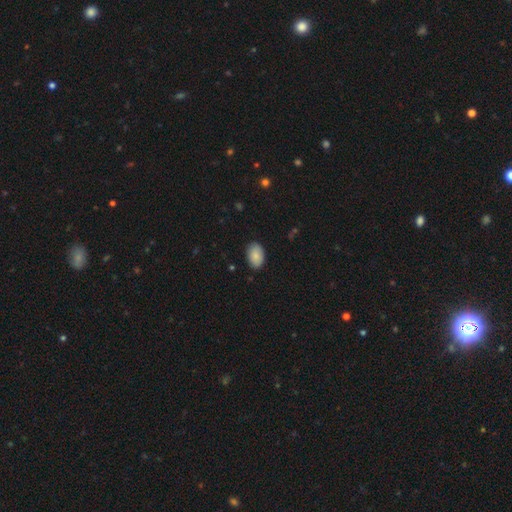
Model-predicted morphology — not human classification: Smooth or featured?
  - smooth: 86% *
  - featured or disk: 7%
  - star or artifact: 7%
How rounded?
  - in between: 88% *
  - round: 11%
  - cigar-shaped: 1%
Merging?
  - none: 85% *
  - minor disturbance: 11%
  - major disturbance: 2%
  - merger: 1%